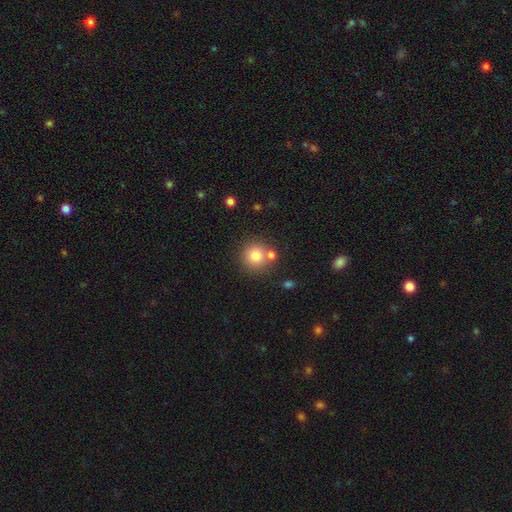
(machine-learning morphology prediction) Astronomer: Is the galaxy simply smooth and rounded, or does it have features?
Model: smooth — 79%.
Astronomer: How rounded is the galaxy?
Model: round — 92%.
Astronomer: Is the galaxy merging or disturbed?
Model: none — 69%.